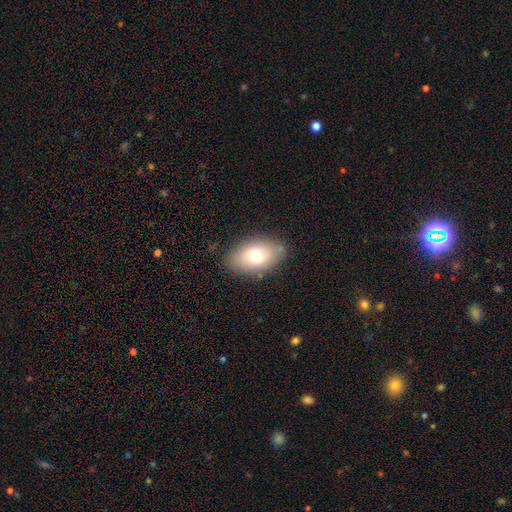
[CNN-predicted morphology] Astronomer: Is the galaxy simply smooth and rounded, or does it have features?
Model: smooth — 71%.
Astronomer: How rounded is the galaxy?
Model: in between — 88%.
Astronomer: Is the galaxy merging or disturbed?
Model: none — 81%.